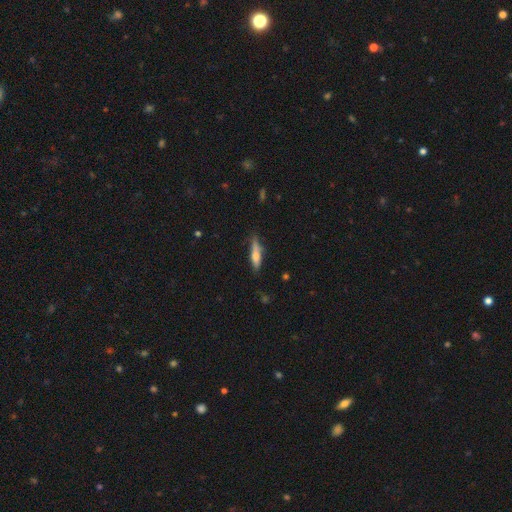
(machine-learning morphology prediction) A smooth galaxy with no disk features (62%) that is cigar-shaped (77%). Merging: none (73%).